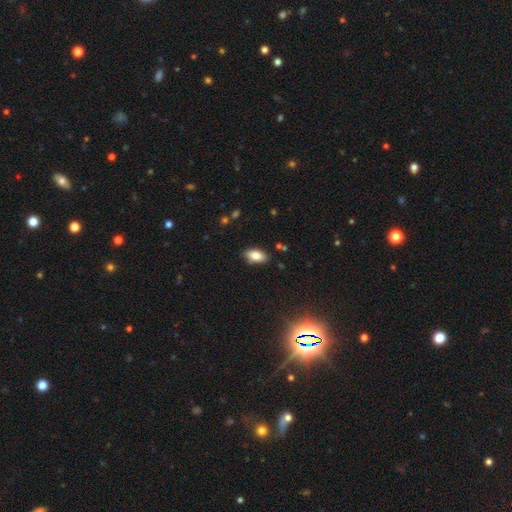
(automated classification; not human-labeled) Smooth or featured?
  - smooth: 82% *
  - featured or disk: 10%
  - star or artifact: 8%
How rounded?
  - in between: 91% *
  - cigar-shaped: 6%
  - round: 4%
Merging?
  - none: 84% *
  - minor disturbance: 11%
  - major disturbance: 2%
  - merger: 2%